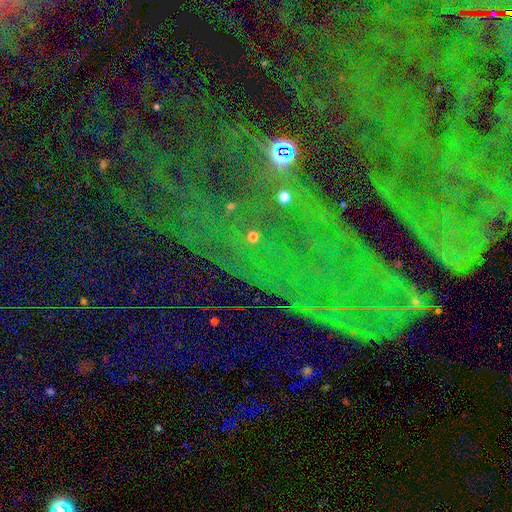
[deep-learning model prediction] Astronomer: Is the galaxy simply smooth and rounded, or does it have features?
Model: star or artifact — 80%.